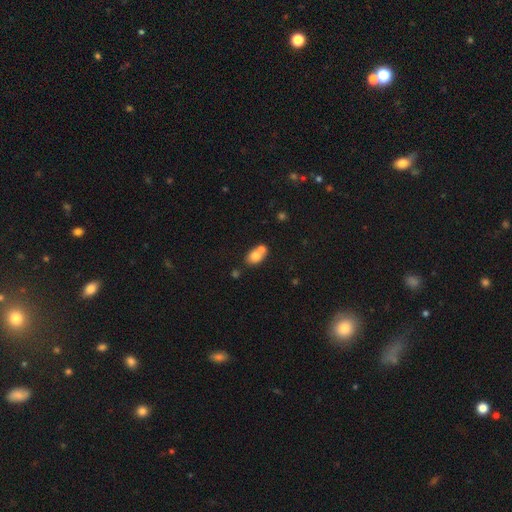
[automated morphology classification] type=smooth (74%); roundness=in between (57%); merging=merger (54%).